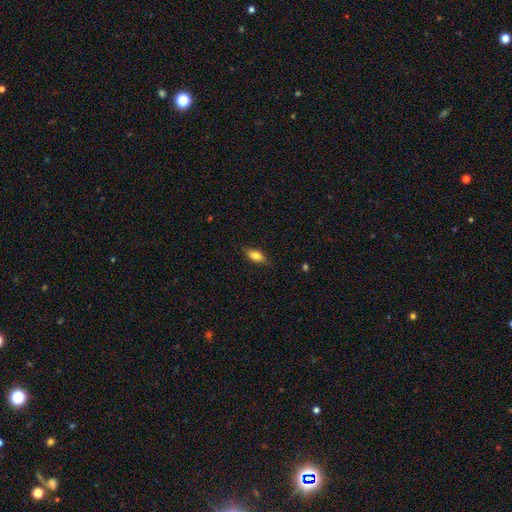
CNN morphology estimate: This appears to be a smooth galaxy with no disk features (76%) that is in between round and cigar-shaped (79%). Merging: none (81%).